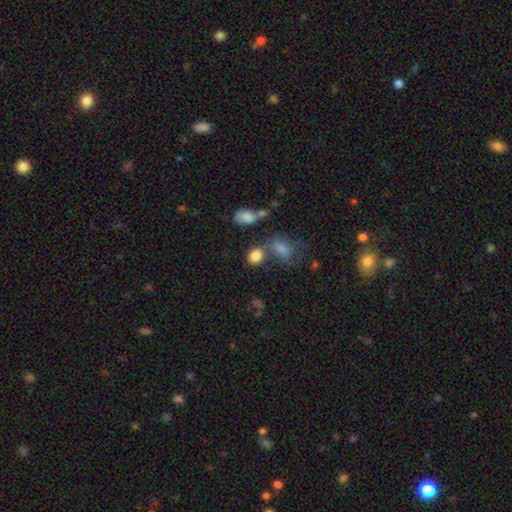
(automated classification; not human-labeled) Smooth or featured: smooth — 83% (star or artifact — 10%)
How rounded: in between — 54% (round — 45%)
Merging: none — 56% (merger — 23%)